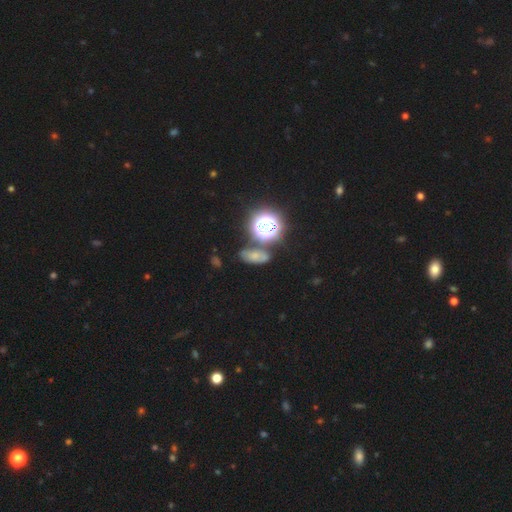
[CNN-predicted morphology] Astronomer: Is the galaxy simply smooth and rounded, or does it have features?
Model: smooth — 45% (runner-up: star or artifact, 34%).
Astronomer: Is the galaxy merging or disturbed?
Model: none — 61%.